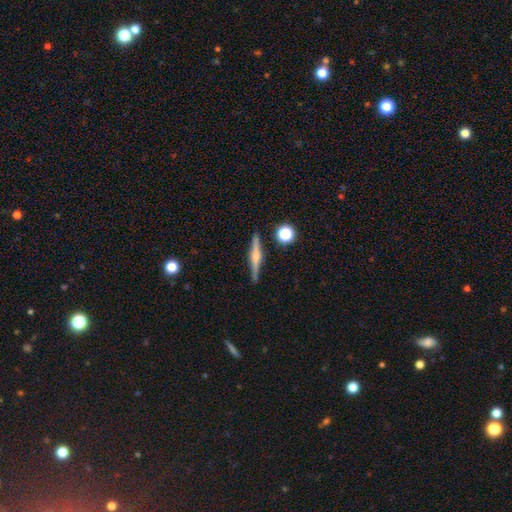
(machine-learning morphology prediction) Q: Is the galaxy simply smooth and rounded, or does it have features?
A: featured or disk — 62%.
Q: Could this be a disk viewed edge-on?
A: yes — 97%.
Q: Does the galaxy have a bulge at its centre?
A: rounded — 70%.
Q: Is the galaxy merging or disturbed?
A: none — 87%.